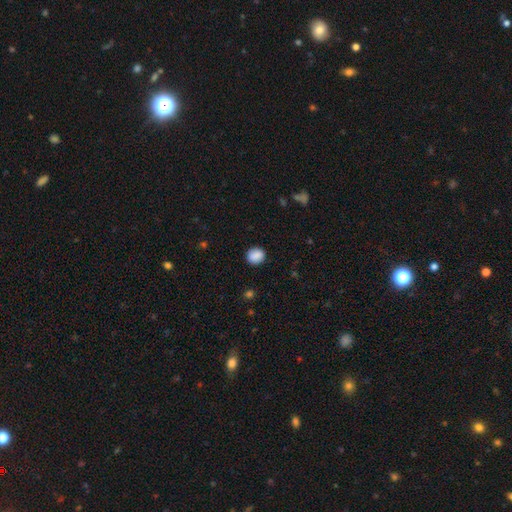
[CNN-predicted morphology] Overall: smooth (88%). How rounded: round (78%). Merging: none (88%).